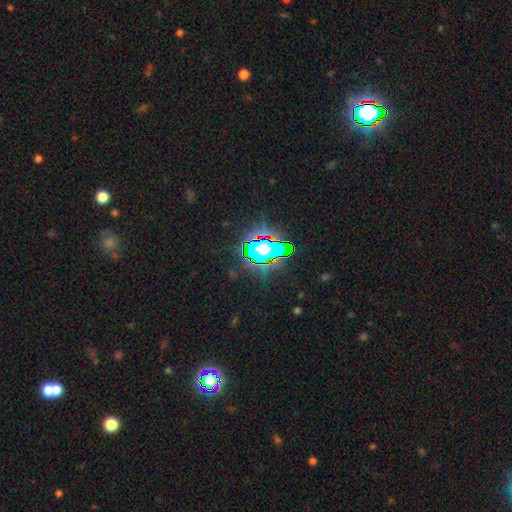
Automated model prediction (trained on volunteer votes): Smooth or featured? star or artifact (72%)